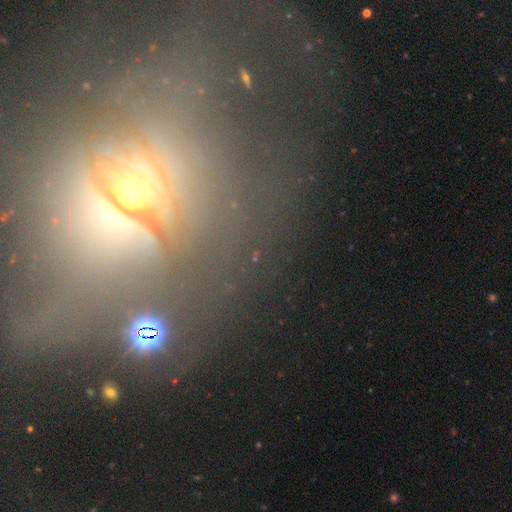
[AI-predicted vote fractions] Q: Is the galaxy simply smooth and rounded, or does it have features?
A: star or artifact — 45%.